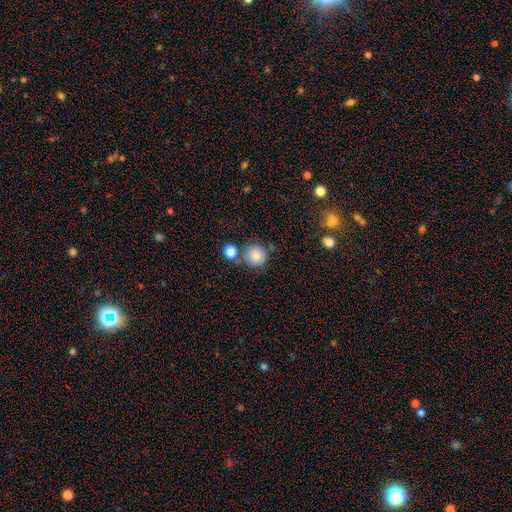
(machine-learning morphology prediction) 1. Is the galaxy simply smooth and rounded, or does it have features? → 79% smooth, 11% star or artifact, 10% featured or disk.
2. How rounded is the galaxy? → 93% round, 6% in between, 1% cigar-shaped.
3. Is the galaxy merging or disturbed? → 69% none, 15% merger, 12% minor disturbance, 4% major disturbance.